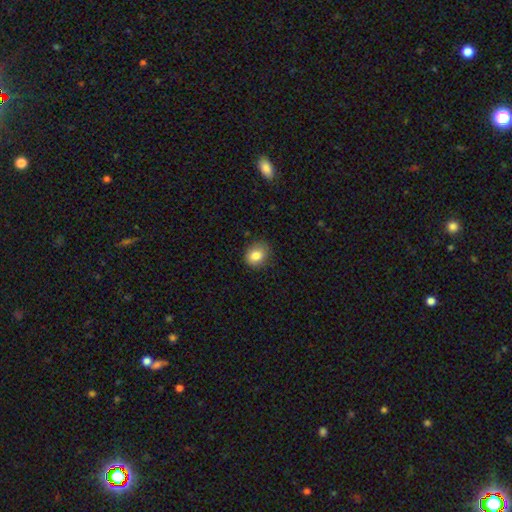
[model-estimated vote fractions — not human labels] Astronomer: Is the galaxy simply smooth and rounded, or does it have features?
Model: smooth — 83%.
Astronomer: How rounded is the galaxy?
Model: round — 68%.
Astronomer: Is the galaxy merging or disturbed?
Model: none — 82%.